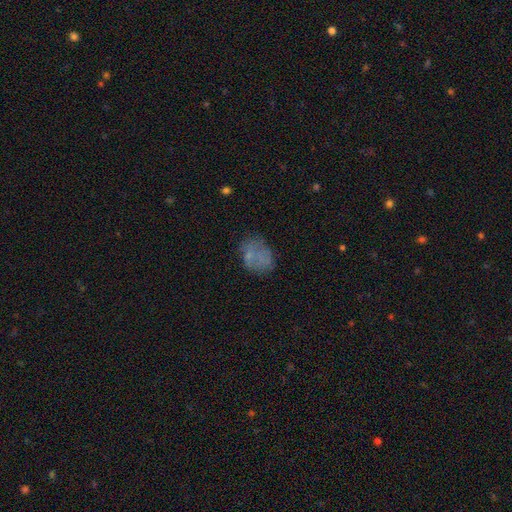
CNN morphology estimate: smooth_or_featured: smooth (p=0.57) [alt: featured or disk p=0.27]
how_rounded: in between (p=0.57) [alt: round p=0.41]
merging: none (p=0.57) [alt: minor disturbance p=0.22]